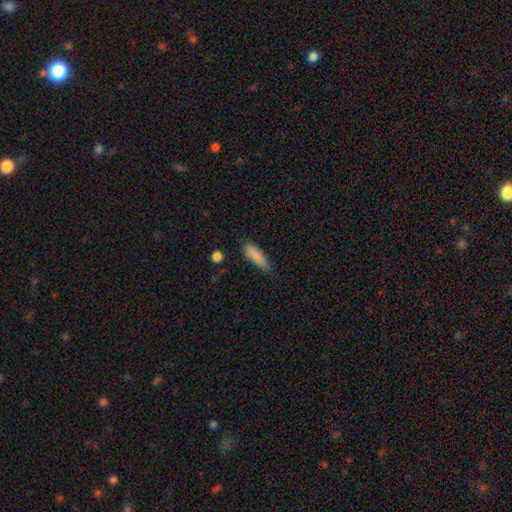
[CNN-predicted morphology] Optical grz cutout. It shows a smooth galaxy with no disk features (85%) that is cigar-shaped (55%). Merging: none (73%).